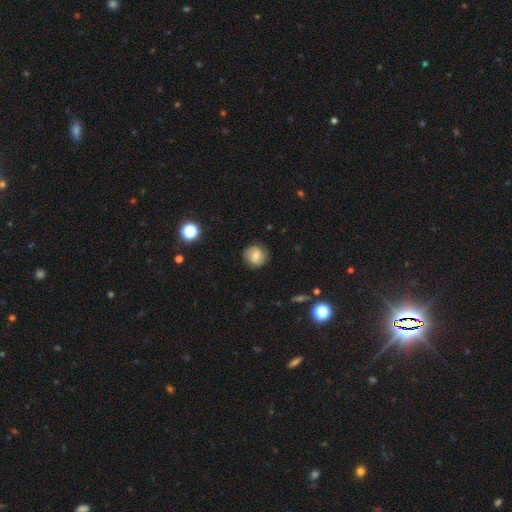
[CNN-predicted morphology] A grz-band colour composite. It shows a smooth galaxy with no disk features (62%) that is round (89%). Merging: none (84%).